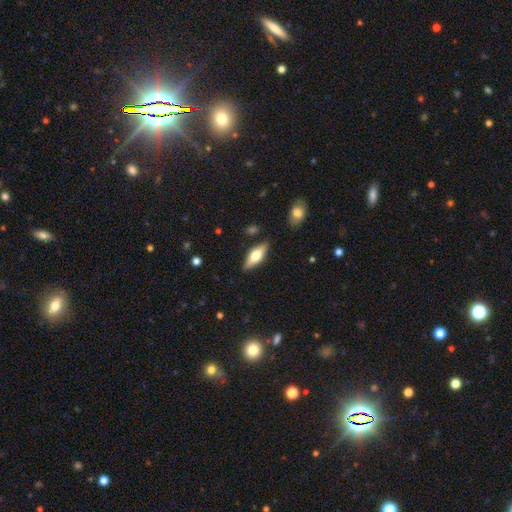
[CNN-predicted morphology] Smooth or featured? smooth (51%)
How rounded? in between (64%)
Merging? none (85%)